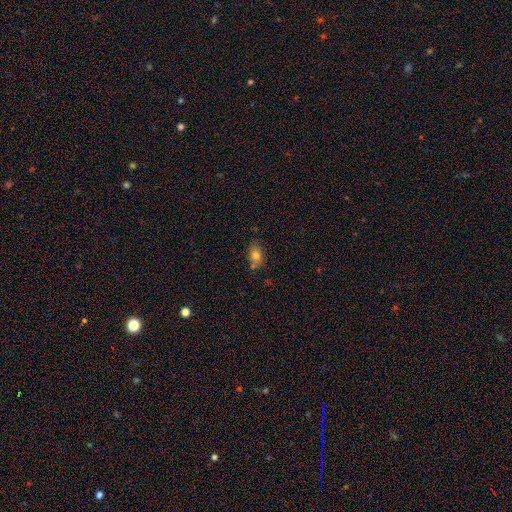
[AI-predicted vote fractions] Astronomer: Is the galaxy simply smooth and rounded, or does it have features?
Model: smooth — 77%.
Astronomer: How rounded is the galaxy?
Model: in between — 75%.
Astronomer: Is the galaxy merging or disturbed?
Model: none — 70%.